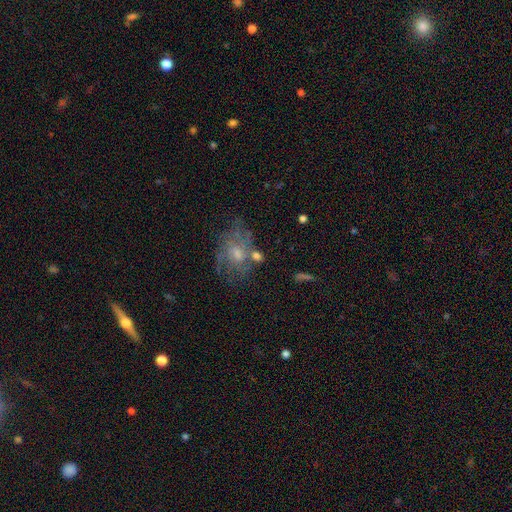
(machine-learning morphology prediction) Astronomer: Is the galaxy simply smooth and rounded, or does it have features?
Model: featured or disk — 57%.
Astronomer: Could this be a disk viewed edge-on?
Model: no — 96%.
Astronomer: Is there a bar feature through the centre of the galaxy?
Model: no — 64%.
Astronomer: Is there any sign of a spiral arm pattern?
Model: yes — 61% (runner-up: no, 39%).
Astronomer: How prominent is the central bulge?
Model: small — 44% (runner-up: moderate, 38%).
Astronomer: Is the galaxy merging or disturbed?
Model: none — 46%.